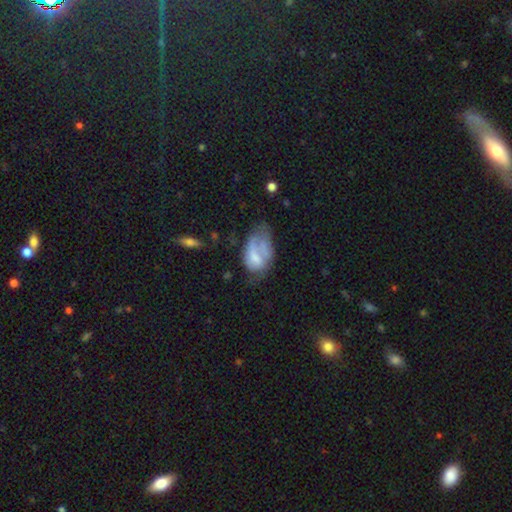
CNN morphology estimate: Smooth or featured? smooth (51%)
How rounded? in between (87%)
Merging? major disturbance (38%)